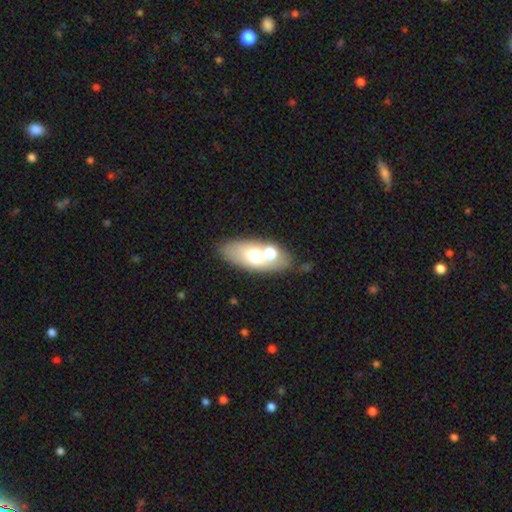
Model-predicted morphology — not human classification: The model was most divided on "smooth or featured": smooth: 57%, featured or disk: 33%, star or artifact: 10%. More confident: how rounded — in between (83%); merging — none (58%).